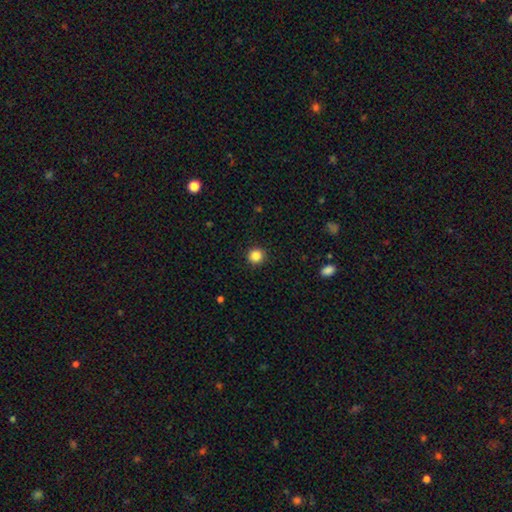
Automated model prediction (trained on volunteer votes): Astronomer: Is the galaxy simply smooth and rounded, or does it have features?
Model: smooth — 86%.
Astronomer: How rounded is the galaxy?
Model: round — 94%.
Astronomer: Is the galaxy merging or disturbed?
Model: none — 93%.